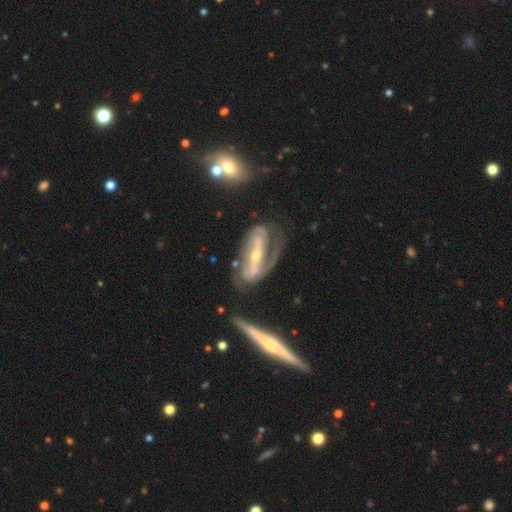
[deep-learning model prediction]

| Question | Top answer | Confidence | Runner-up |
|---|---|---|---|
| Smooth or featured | featured or disk | 87% | smooth (8%) |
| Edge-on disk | no | 86% | yes (14%) |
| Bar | strong | 64% | weak (21%) |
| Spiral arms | yes | 91% | no (9%) |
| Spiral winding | medium | 43% | tight (34%) |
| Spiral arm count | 2 | 82% | can't tell (8%) |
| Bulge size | small | 57% | moderate (39%) |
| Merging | none | 56% | minor disturbance (21%) |